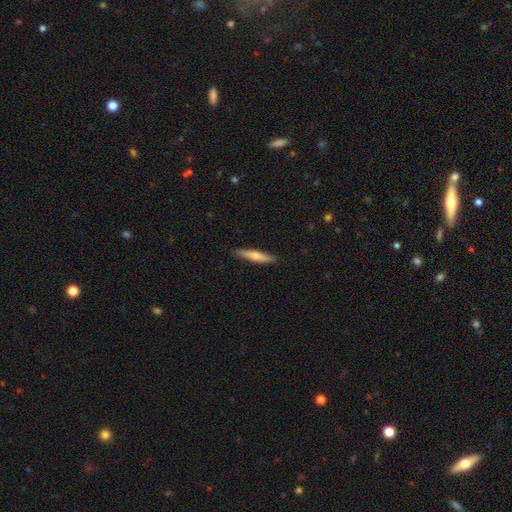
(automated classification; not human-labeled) This appears to be a smooth galaxy with no disk features (60%) that is cigar-shaped (88%). Merging: none (88%).